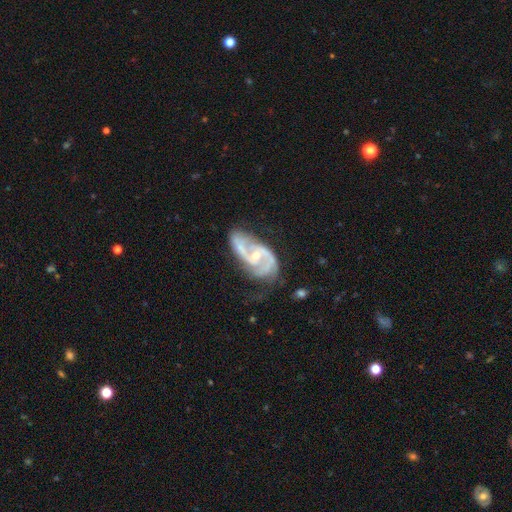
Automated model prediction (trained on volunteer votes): A featured or disk galaxy (90%) with no bar (48%), 2 (77%) medium (52%) spiral arms (97%) and a small central bulge (52%).

Vote fractions:
- Smooth or featured? featured or disk: 90% / smooth: 5% / star or artifact: 5%
- Edge-on disk? no: 97% / yes: 3%
- Bar? no: 48% / weak: 36% / strong: 15%
- Spiral arms? yes: 97% / no: 3%
- Spiral winding? medium: 52% / tight: 26% / loose: 22%
- Spiral arm count? 2: 77% / 3: 10% / can't tell: 6% / 1: 3% / 4: 2% / more than 4: 2%
- Bulge size? small: 52% / moderate: 45% / large: 1% / none: 1% / dominant: 1%
- Merging? none: 54% / minor disturbance: 28% / major disturbance: 15% / merger: 3%